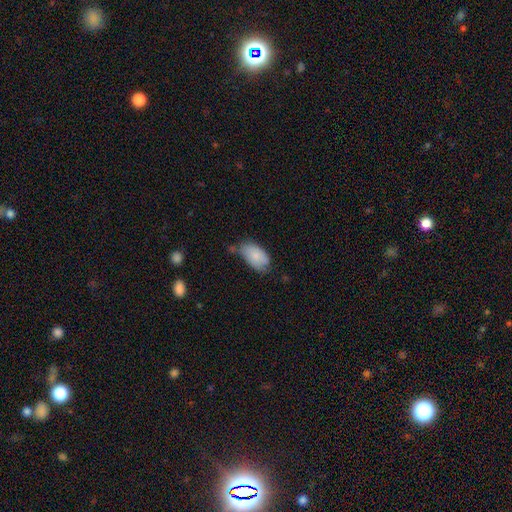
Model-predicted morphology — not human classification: Smooth or featured: smooth — 82% (featured or disk — 12%)
How rounded: in between — 94% (round — 4%)
Merging: none — 46% (minor disturbance — 38%)